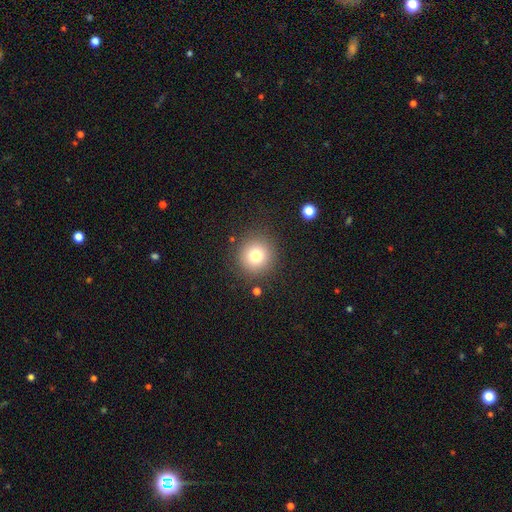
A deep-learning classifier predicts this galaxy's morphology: Smooth or featured: smooth — 76% (star or artifact — 14%)
How rounded: round — 94% (in between — 5%)
Merging: none — 88% (minor disturbance — 7%)